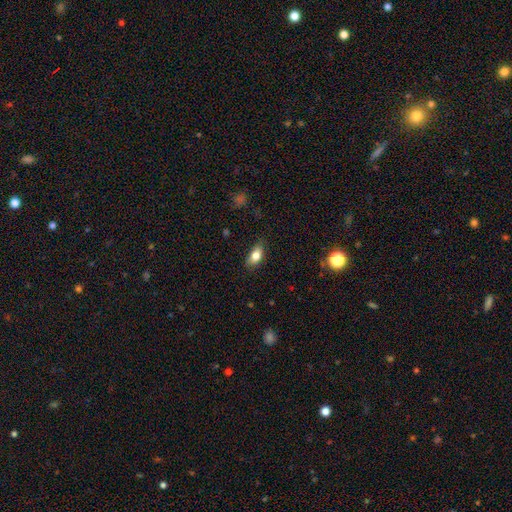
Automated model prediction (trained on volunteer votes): A smooth galaxy with no disk features (79%) that is in between round and cigar-shaped (86%). Merging: none (77%).